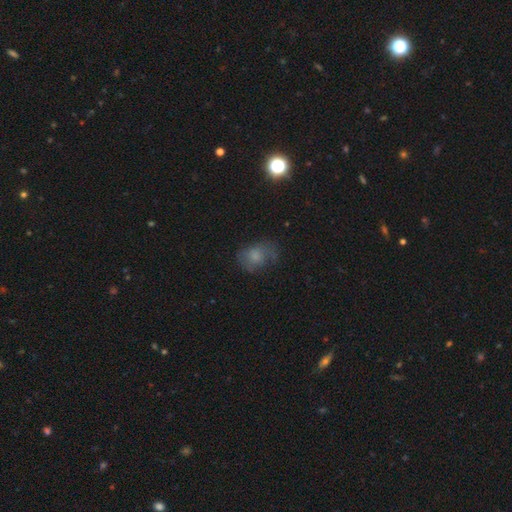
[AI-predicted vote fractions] Smooth or featured? smooth (61%)
How rounded? in between (63%)
Merging? none (52%)